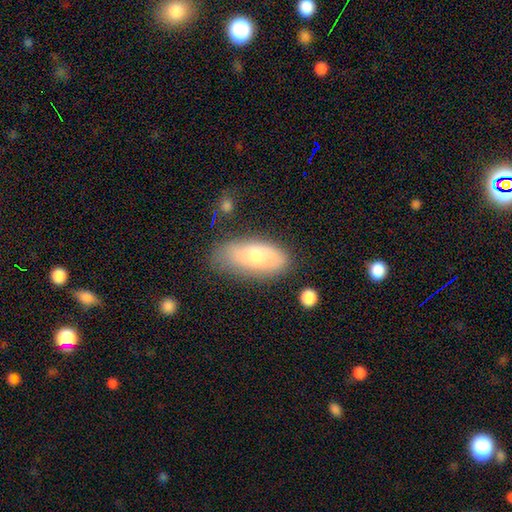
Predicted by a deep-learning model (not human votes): This is likely a smooth galaxy (66%). How rounded: clearly in between (90%). Merging: likely none (69%).